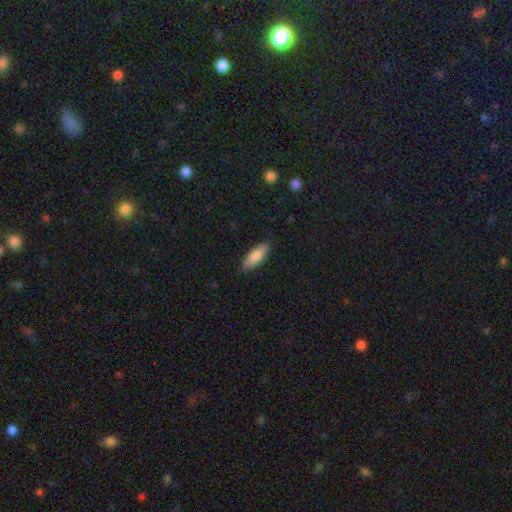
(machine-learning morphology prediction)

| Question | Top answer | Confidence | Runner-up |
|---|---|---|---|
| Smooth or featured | smooth | 84% | featured or disk (11%) |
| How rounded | in between | 68% | cigar-shaped (30%) |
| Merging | none | 87% | minor disturbance (10%) |